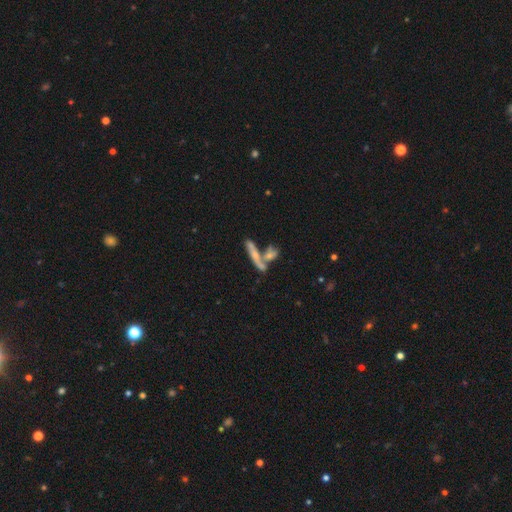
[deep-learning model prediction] The model was most divided on "smooth or featured": smooth: 46%, featured or disk: 43%, star or artifact: 11%. Remaining: merging — merger (44%).